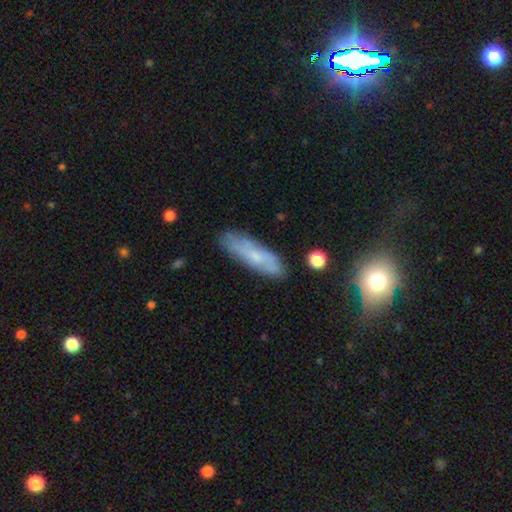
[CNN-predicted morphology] smooth-or-featured: smooth: 53% | featured or disk: 40% | star or artifact: 7%
  how-rounded: cigar-shaped: 64% | in between: 34% | round: 2%
  merging: none: 78% | minor disturbance: 16% | major disturbance: 3% | merger: 3%